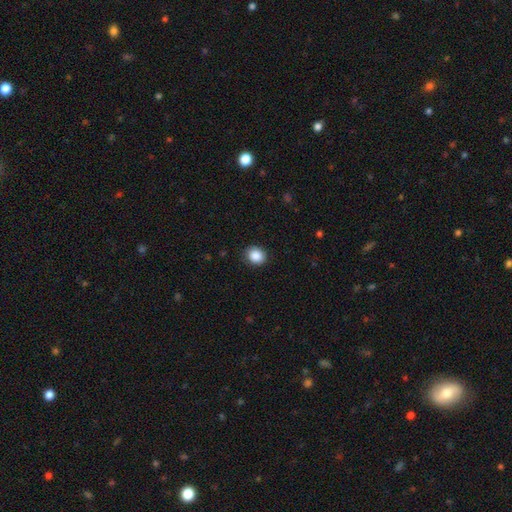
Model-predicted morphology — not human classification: Smooth or featured?
  - smooth: 88% *
  - star or artifact: 9%
  - featured or disk: 3%
How rounded?
  - round: 74% *
  - in between: 25%
  - cigar-shaped: 1%
Merging?
  - none: 88% *
  - minor disturbance: 9%
  - major disturbance: 2%
  - merger: 1%